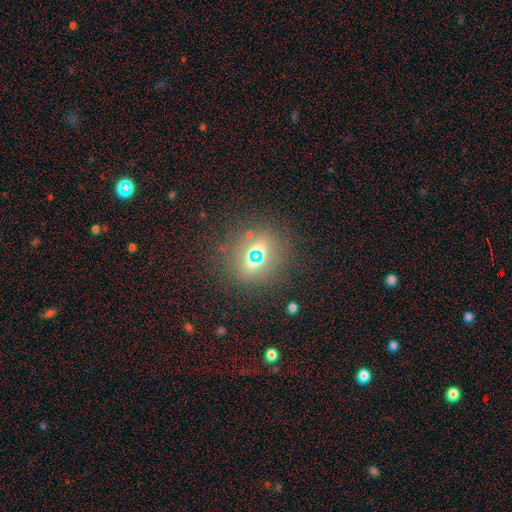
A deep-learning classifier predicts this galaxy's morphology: Overall: star or artifact (54%; smooth 32%).